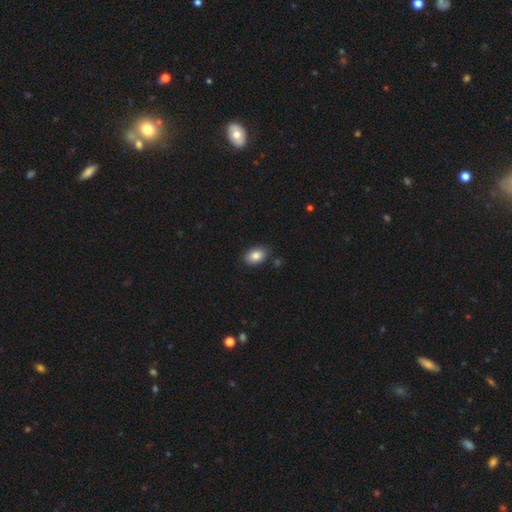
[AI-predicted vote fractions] The model was most divided on "how rounded": in between: 85%, round: 14%, cigar-shaped: 1%. More confident: smooth or featured — smooth (85%); merging — none (84%).